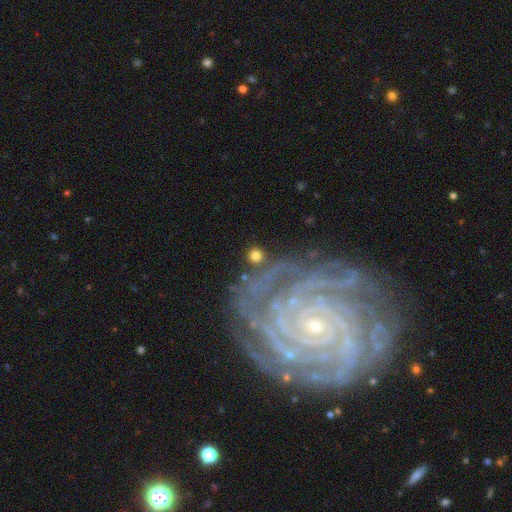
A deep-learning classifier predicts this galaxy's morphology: Q: Smooth or featured?
A: smooth (65%); runner-up: featured or disk (24%)
Q: How rounded?
A: round (88%); runner-up: in between (11%)
Q: Merging?
A: none (80%); runner-up: minor disturbance (9%)